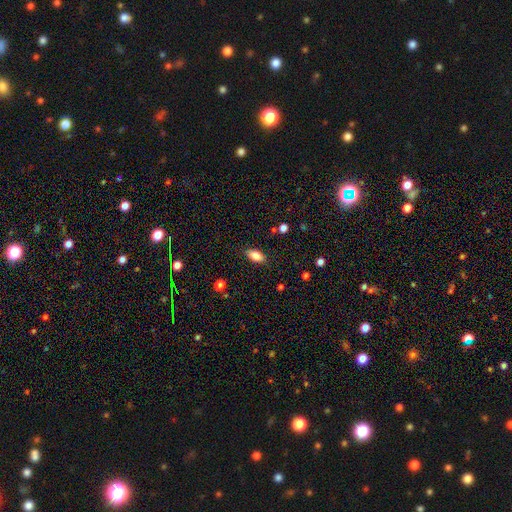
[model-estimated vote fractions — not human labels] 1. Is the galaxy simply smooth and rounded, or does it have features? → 84% smooth, 8% star or artifact, 8% featured or disk.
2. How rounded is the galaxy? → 89% in between, 6% cigar-shaped, 4% round.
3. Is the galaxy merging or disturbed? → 85% none, 11% minor disturbance, 3% major disturbance, 1% merger.